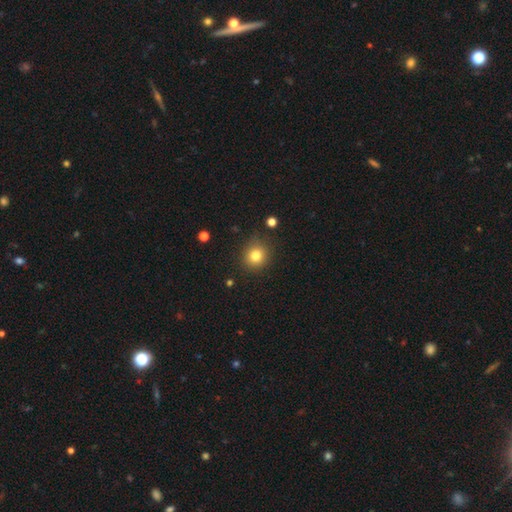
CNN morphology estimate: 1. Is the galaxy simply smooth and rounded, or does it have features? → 81% smooth, 12% star or artifact, 7% featured or disk.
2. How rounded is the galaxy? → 87% round, 12% in between, 1% cigar-shaped.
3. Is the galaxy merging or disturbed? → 86% none, 10% minor disturbance, 3% major disturbance, 2% merger.